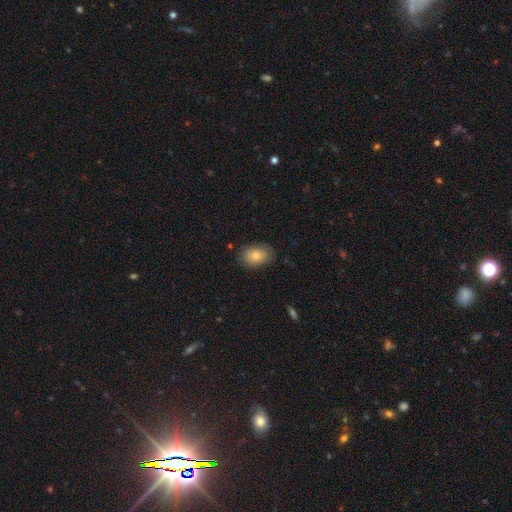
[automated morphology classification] smooth_or_featured: smooth (p=0.84) [alt: featured or disk p=0.09]
how_rounded: in between (p=0.82) [alt: round p=0.17]
merging: none (p=0.83) [alt: minor disturbance p=0.13]